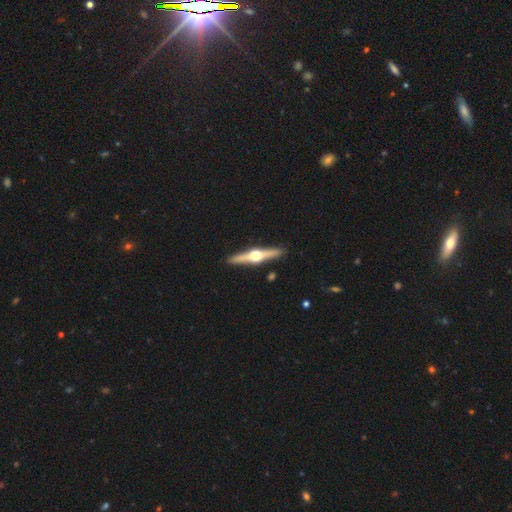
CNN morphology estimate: Smooth or featured?
  - featured or disk: 80% *
  - smooth: 16%
  - star or artifact: 5%
Edge-on disk?
  - yes: 98% *
  - no: 2%
Edge-on bulge?
  - rounded: 97% *
  - boxy: 2%
  - none: 1%
Merging?
  - none: 92% *
  - minor disturbance: 5%
  - merger: 1%
  - major disturbance: 1%